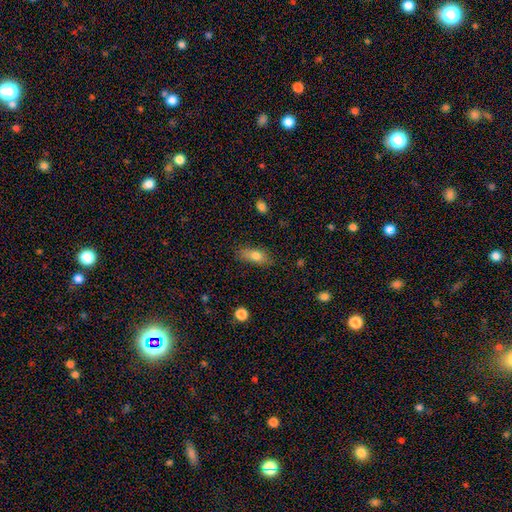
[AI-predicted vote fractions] A smooth galaxy with no disk features (76%) that is in between round and cigar-shaped (73%). Merging: none (77%).